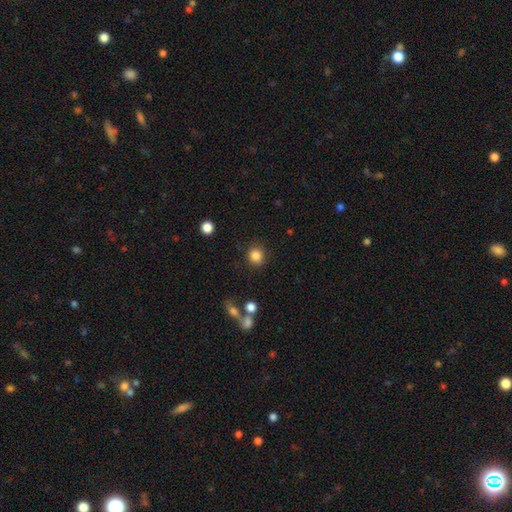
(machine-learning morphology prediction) type=smooth (85%); roundness=round (83%); merging=none (83%).